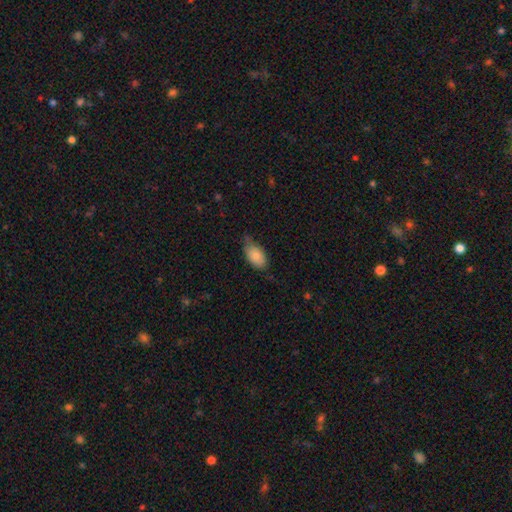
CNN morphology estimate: smooth-or-featured: smooth: 83% | featured or disk: 10% | star or artifact: 7%
  how-rounded: in between: 93% | round: 5% | cigar-shaped: 2%
  merging: none: 52% | minor disturbance: 39% | major disturbance: 7% | merger: 2%